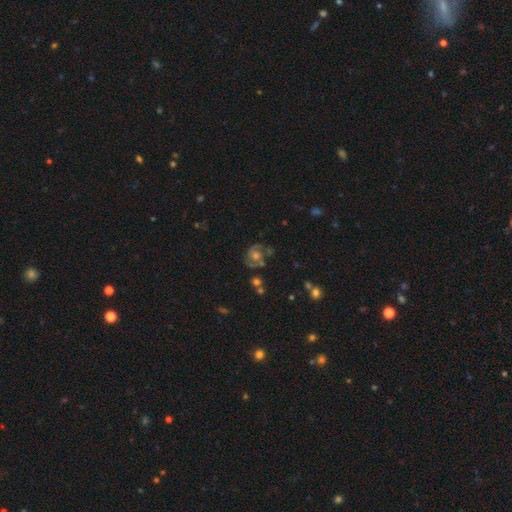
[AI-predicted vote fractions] Morphology: type=featured or disk (74%); edge-on=no (98%); bar=no (68%); spiral arms=yes (91%); winding=medium (49%); arm count=2 (80%); bulge=moderate (62%); merging=none (70%).